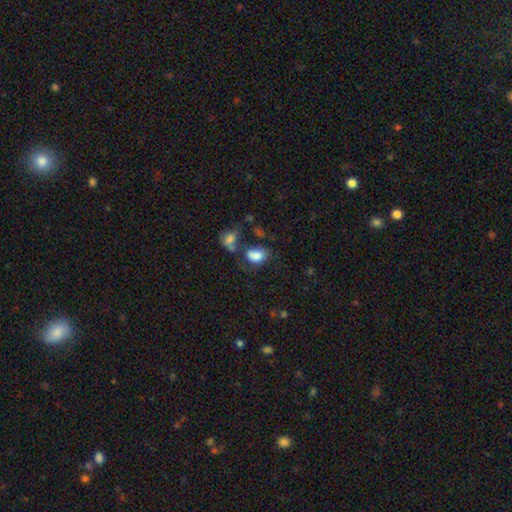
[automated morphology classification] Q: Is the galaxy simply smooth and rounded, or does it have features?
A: smooth — 81%.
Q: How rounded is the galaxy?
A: in between — 87%.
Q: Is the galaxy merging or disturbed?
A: none — 40%.